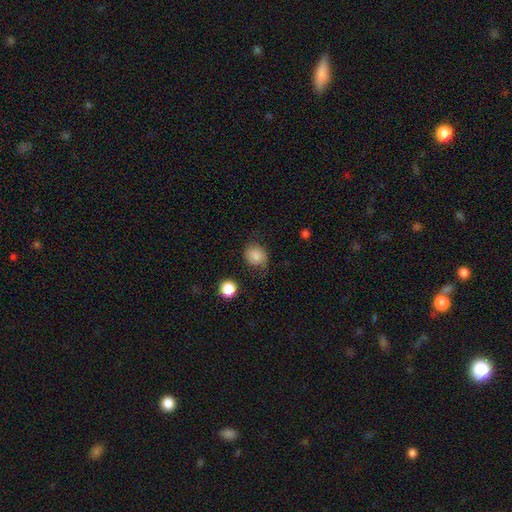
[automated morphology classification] The model was most divided on "merging": none: 68%, minor disturbance: 22%, major disturbance: 7%, merger: 2%. More confident: smooth or featured — smooth (82%); how rounded — round (76%).